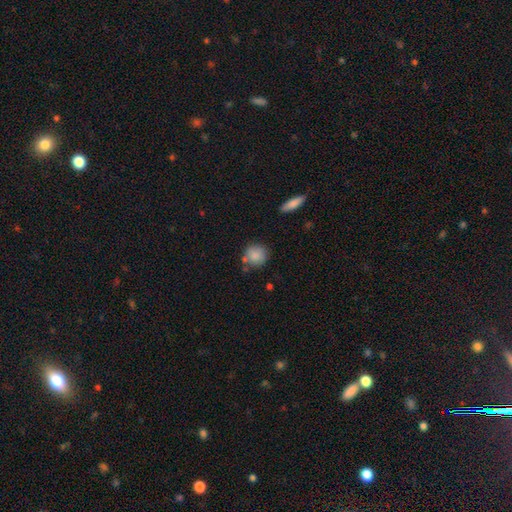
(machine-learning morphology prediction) smooth 85%, star or artifact 8%, featured or disk 7%. Down the decision tree: how rounded — round (87%); merging — none (72%).